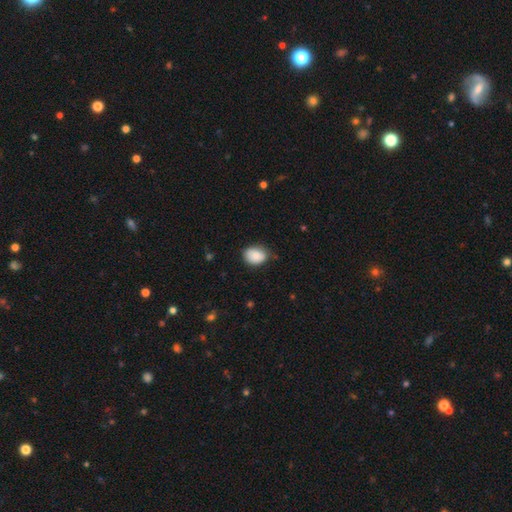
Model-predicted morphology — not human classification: This is clearly a smooth galaxy (84%). How rounded: likely in between (67%). Merging: likely none (66%).